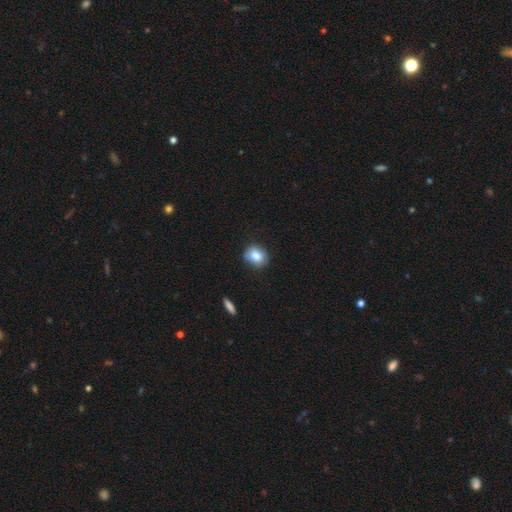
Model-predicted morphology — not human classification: smooth-or-featured: smooth: 82% | featured or disk: 9% | star or artifact: 9%
  how-rounded: round: 69% | in between: 30% | cigar-shaped: 1%
  merging: none: 81% | minor disturbance: 15% | major disturbance: 3% | merger: 1%